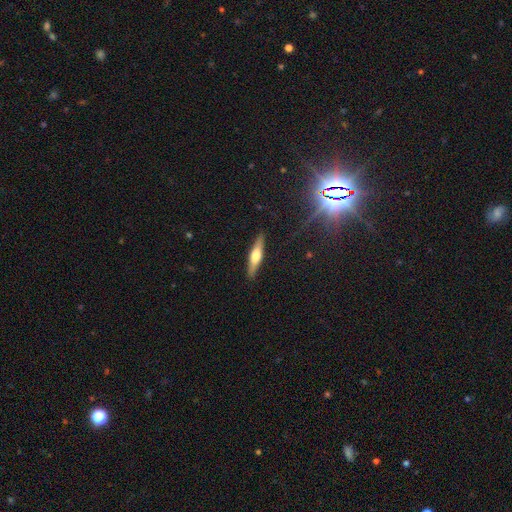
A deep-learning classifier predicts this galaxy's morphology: This appears to be a featured or disk galaxy (50%). Merging: none (89%).